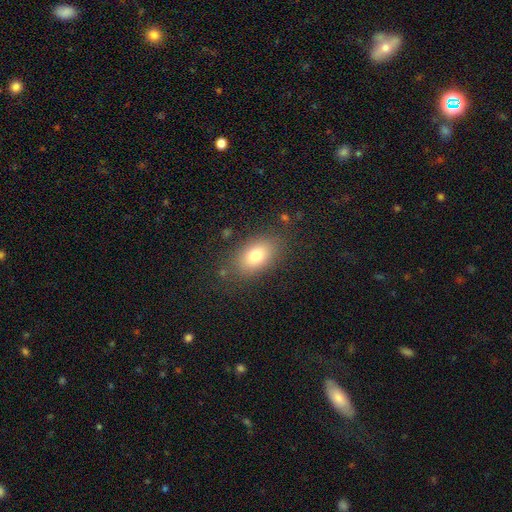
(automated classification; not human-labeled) Q: Smooth or featured?
A: smooth (78%); runner-up: featured or disk (12%)
Q: How rounded?
A: in between (87%); runner-up: round (11%)
Q: Merging?
A: none (81%); runner-up: minor disturbance (13%)